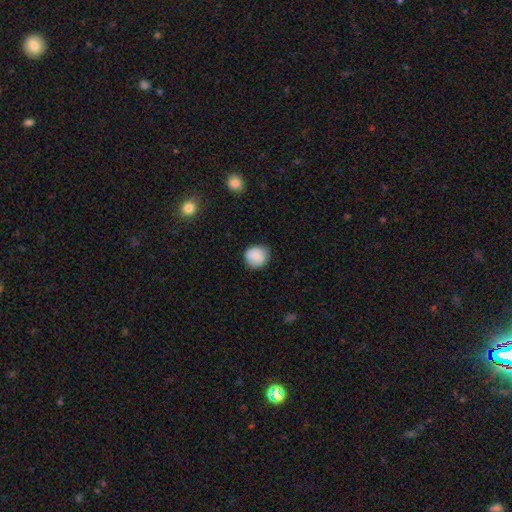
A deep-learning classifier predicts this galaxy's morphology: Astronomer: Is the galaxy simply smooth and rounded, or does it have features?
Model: smooth — 85%.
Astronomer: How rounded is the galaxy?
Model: round — 87%.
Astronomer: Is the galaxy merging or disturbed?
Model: none — 80%.